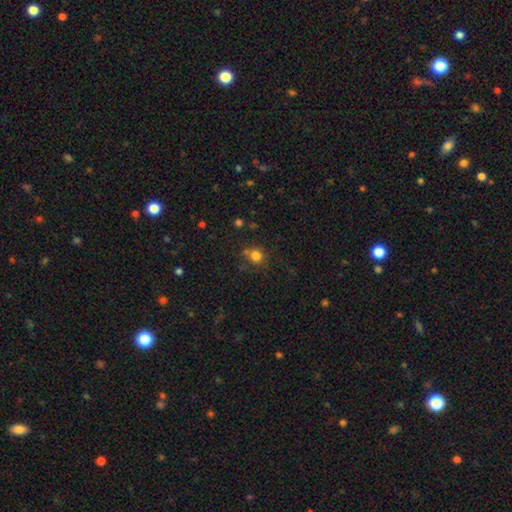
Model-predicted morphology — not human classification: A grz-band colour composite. It shows a smooth galaxy with no disk features (78%) that is round (89%). Merging: none (72%).